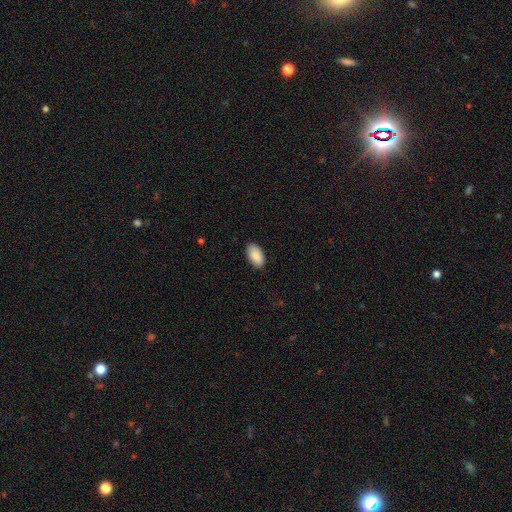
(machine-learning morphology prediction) This appears to be a smooth galaxy with no disk features (90%) that is in between round and cigar-shaped (95%). Merging: none (87%).